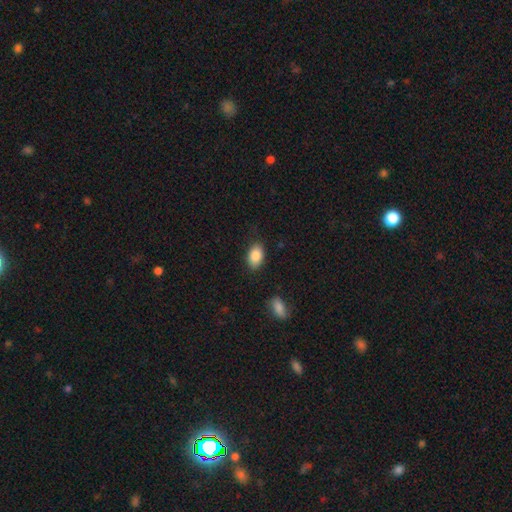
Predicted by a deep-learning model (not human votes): Smooth or featured? smooth (87%)
How rounded? in between (89%)
Merging? none (84%)